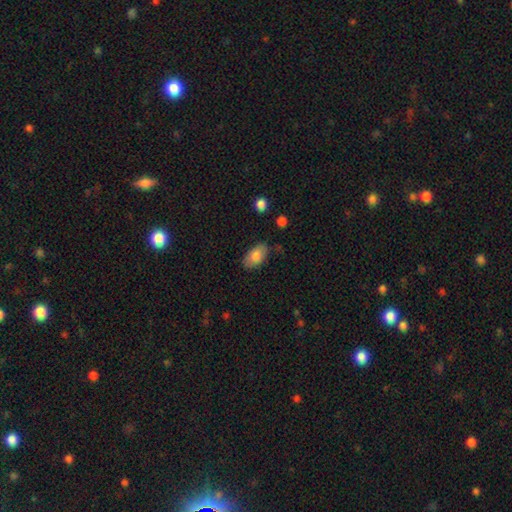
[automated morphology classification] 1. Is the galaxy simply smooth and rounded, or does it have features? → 82% smooth, 12% featured or disk, 7% star or artifact.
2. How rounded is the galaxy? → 93% in between, 5% round, 2% cigar-shaped.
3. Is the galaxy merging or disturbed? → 75% none, 18% minor disturbance, 4% major disturbance, 2% merger.